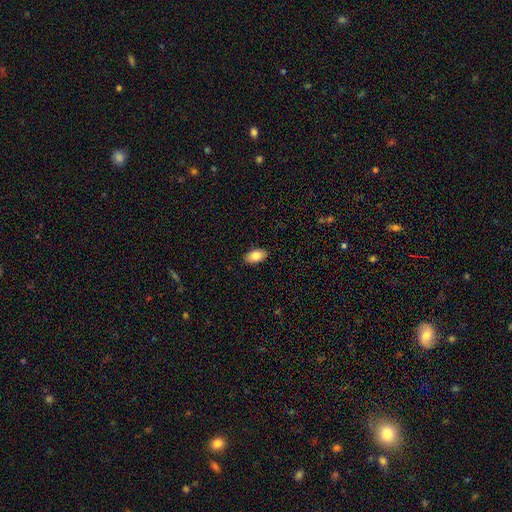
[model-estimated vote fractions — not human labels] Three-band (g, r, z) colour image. It shows a smooth galaxy with no disk features (84%) that is in between round and cigar-shaped (93%). Merging: none (90%).